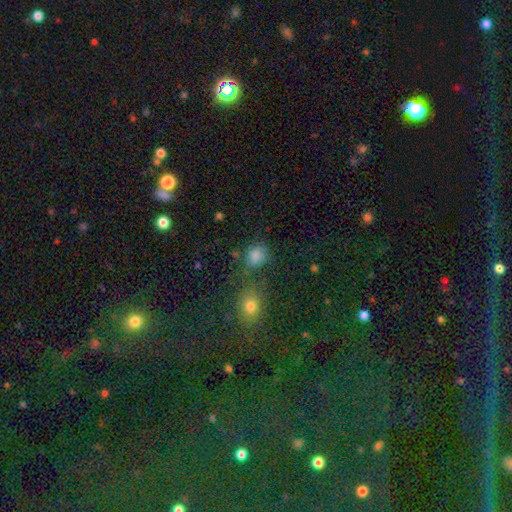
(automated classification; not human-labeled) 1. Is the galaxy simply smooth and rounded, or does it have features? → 79% smooth, 14% star or artifact, 7% featured or disk.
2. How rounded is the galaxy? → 69% round, 30% in between, 1% cigar-shaped.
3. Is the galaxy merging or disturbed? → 67% none, 16% minor disturbance, 10% merger, 7% major disturbance.